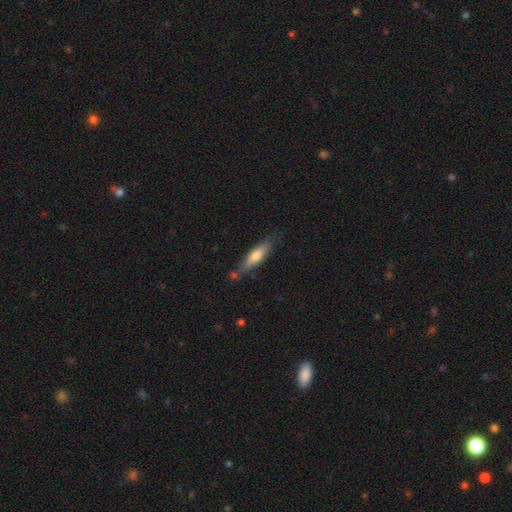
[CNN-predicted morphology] Overall: smooth (66%; featured or disk 28%). How rounded: cigar-shaped (68%; in between 31%). Merging: none (71%).